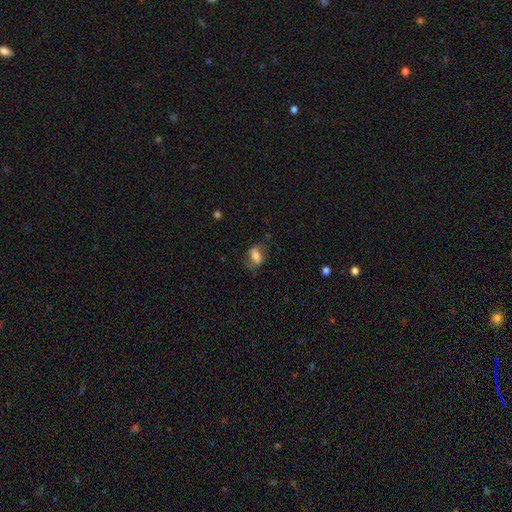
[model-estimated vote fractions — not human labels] smooth_or_featured: smooth (p=0.65) [alt: featured or disk p=0.25]
how_rounded: in between (p=0.82) [alt: round p=0.14]
merging: none (p=0.55) [alt: minor disturbance p=0.26]